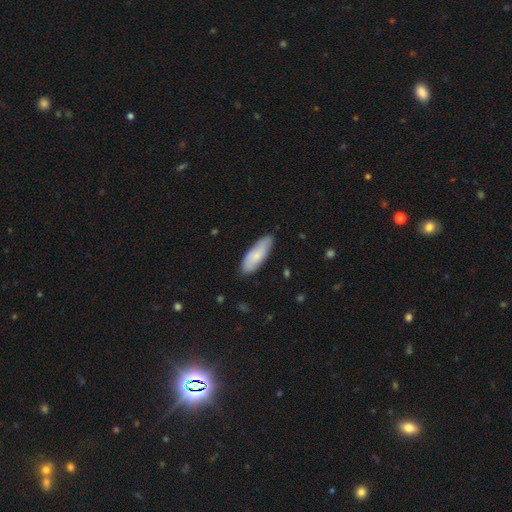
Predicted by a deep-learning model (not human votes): Smooth or featured?
  - smooth: 73% *
  - featured or disk: 22%
  - star or artifact: 6%
How rounded?
  - in between: 67% *
  - cigar-shaped: 31%
  - round: 2%
Merging?
  - none: 78% *
  - minor disturbance: 18%
  - major disturbance: 3%
  - merger: 1%